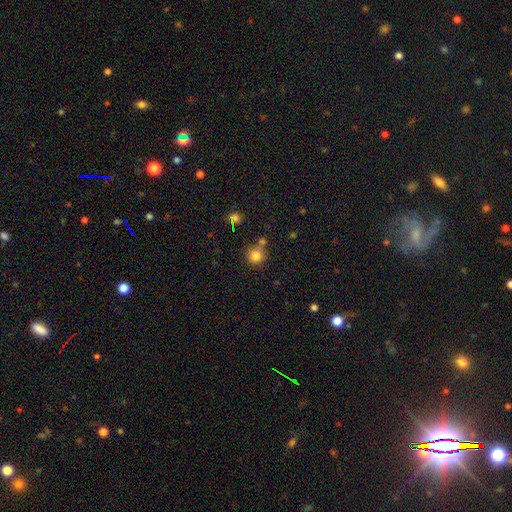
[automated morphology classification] Smooth or featured? smooth (81%)
How rounded? round (91%)
Merging? none (66%)